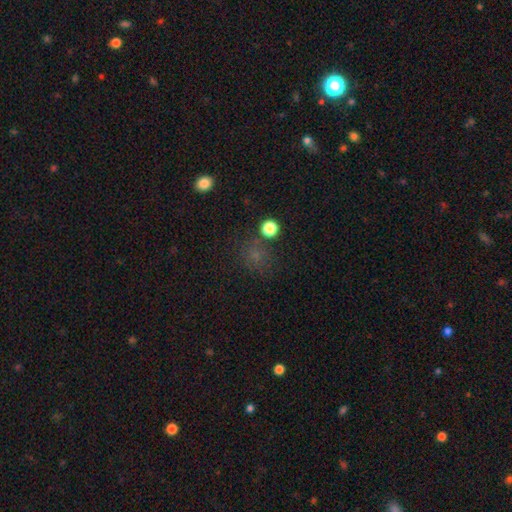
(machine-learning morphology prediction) Smooth or featured? smooth (61%)
How rounded? round (80%)
Merging? none (71%)